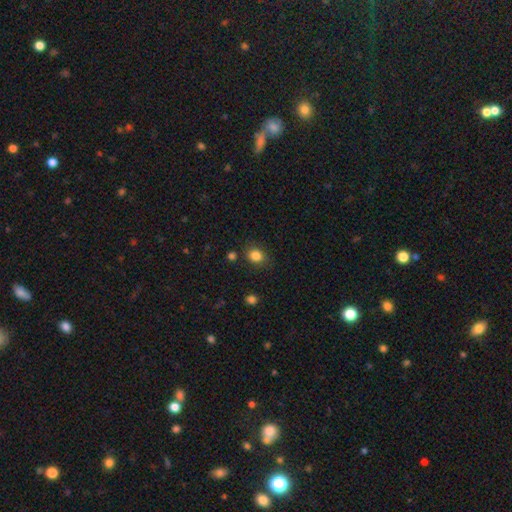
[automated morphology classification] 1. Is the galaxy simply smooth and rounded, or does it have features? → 84% smooth, 11% star or artifact, 5% featured or disk.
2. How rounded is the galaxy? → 54% round, 45% in between, 1% cigar-shaped.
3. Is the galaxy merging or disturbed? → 80% none, 13% minor disturbance, 4% major disturbance, 3% merger.